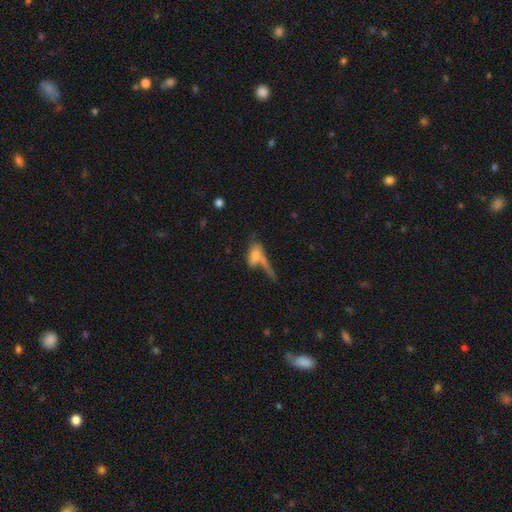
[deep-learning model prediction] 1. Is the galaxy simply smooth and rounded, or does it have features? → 61% smooth, 29% featured or disk, 10% star or artifact.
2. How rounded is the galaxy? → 67% in between, 25% cigar-shaped, 8% round.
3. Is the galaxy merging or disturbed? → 36% merger, 34% none, 16% major disturbance, 14% minor disturbance.